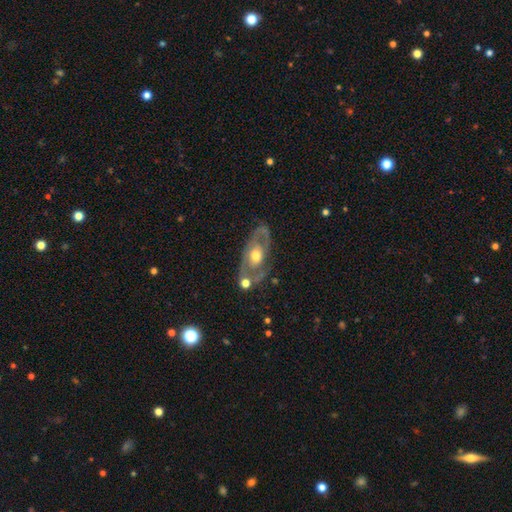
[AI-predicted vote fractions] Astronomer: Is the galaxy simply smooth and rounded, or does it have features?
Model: featured or disk — 73%.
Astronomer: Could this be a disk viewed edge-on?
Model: no — 89%.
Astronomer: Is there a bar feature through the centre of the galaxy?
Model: no — 78%.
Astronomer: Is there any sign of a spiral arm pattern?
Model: yes — 58% (runner-up: no, 42%).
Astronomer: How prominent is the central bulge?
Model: moderate — 68%.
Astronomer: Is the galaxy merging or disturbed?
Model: none — 65%.